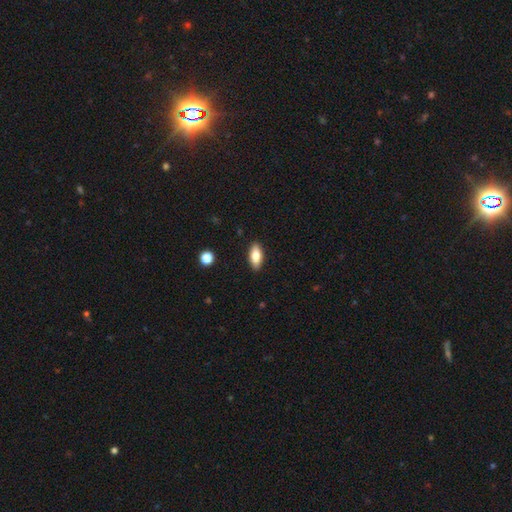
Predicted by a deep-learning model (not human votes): Smooth or featured? Predicted: smooth (p=0.78). How rounded? Predicted: in between (p=0.84). Merging? Predicted: none (p=0.88).